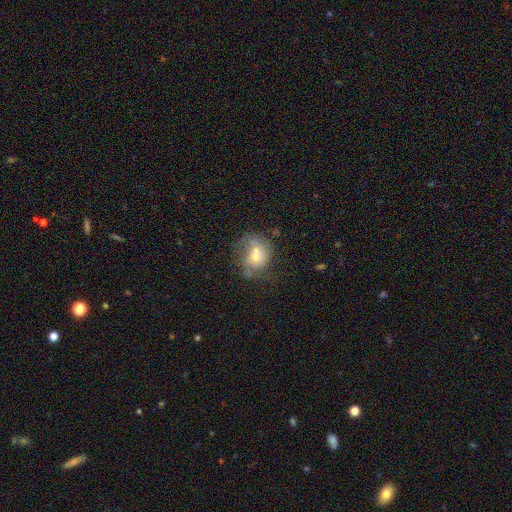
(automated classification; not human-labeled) smooth_or_featured: featured or disk (p=0.53) [alt: smooth p=0.35]
disk_edge_on: no (p=0.97) [alt: yes p=0.03]
bar: no (p=0.73) [alt: weak p=0.23]
has_spiral_arms: yes (p=0.65) [alt: no p=0.35]
bulge_size: moderate (p=0.49) [alt: small p=0.41]
merging: none (p=0.44) [alt: minor disturbance p=0.24]